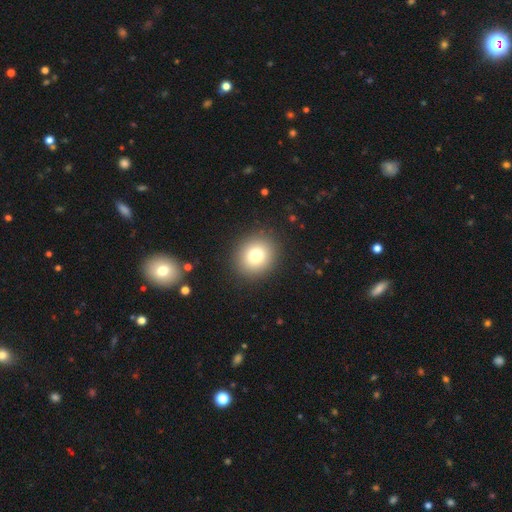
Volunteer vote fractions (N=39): This appears to be a smooth galaxy with no disk features (77%) that is round (83%). Merging: none (89%).